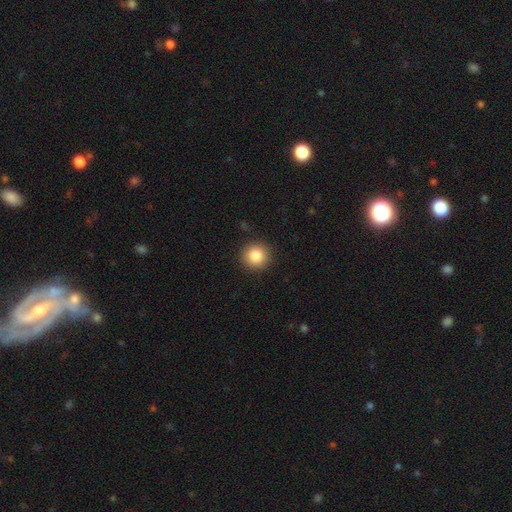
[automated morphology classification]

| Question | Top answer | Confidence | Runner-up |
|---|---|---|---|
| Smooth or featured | smooth | 84% | star or artifact (10%) |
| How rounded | round | 94% | in between (5%) |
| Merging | none | 92% | minor disturbance (5%) |